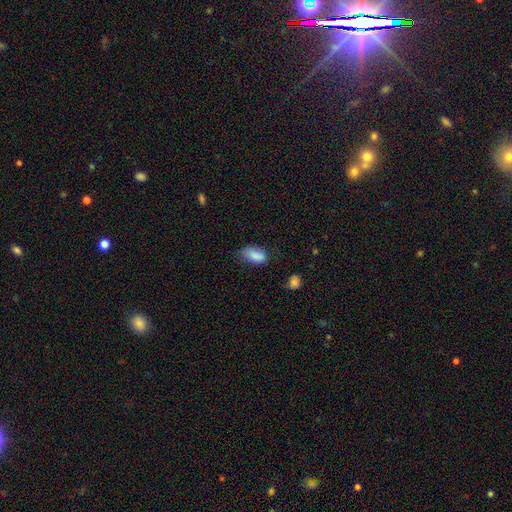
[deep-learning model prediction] This is clearly a smooth galaxy (85%). How rounded: clearly in between (91%). Merging: possibly none (50%).